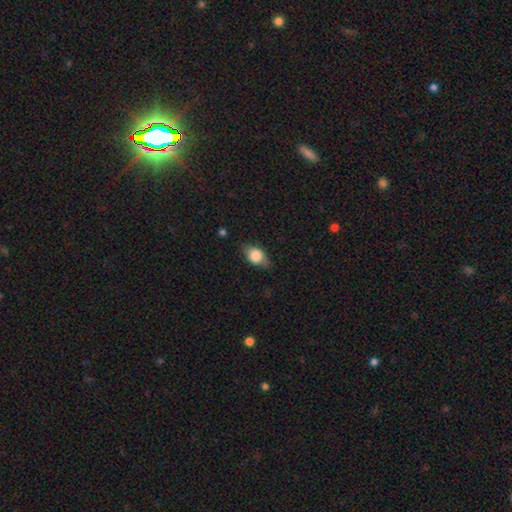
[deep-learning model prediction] This appears to be a smooth galaxy with no disk features (73%) that is in between round and cigar-shaped (76%). Merging: none (75%).